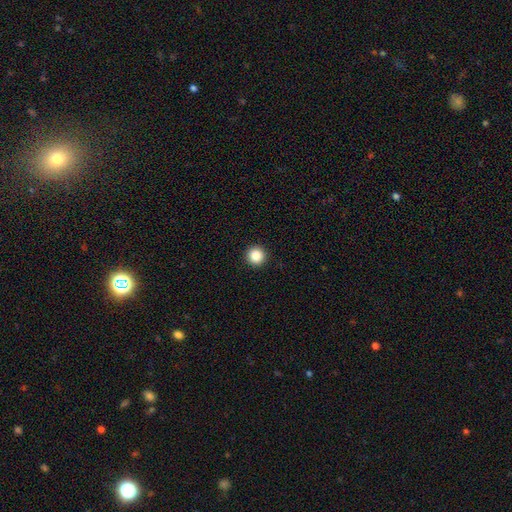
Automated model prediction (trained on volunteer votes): Smooth or featured: smooth — 86% (star or artifact — 10%)
How rounded: round — 96% (in between — 3%)
Merging: none — 94% (minor disturbance — 4%)